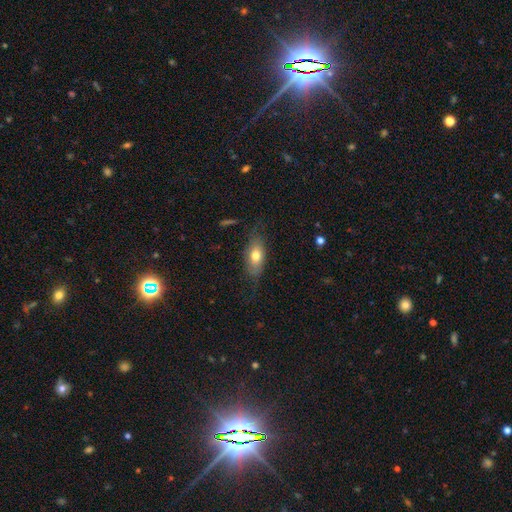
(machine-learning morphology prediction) smooth-or-featured: smooth: 70% | featured or disk: 23% | star or artifact: 7%
  how-rounded: in between: 84% | cigar-shaped: 9% | round: 6%
  merging: none: 70% | minor disturbance: 21% | major disturbance: 7% | merger: 2%